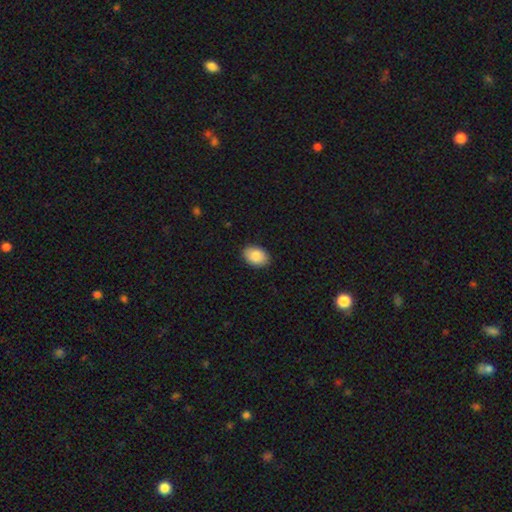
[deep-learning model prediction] Smooth or featured?
  - smooth: 88% *
  - star or artifact: 7%
  - featured or disk: 6%
How rounded?
  - in between: 83% *
  - round: 16%
  - cigar-shaped: 1%
Merging?
  - none: 88% *
  - minor disturbance: 9%
  - major disturbance: 2%
  - merger: 1%